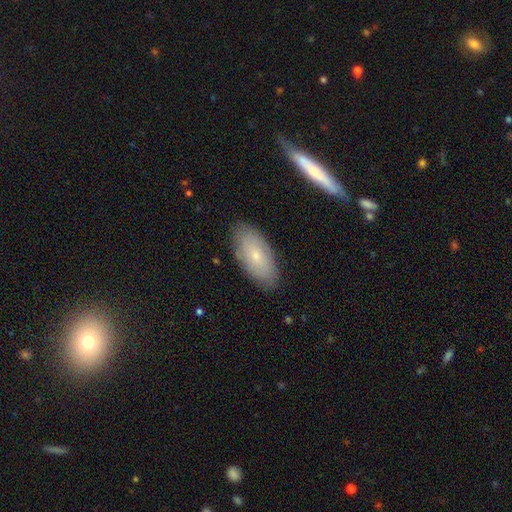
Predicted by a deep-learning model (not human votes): smooth_or_featured: smooth (p=0.64) [alt: featured or disk p=0.29]
how_rounded: in between (p=0.92) [alt: cigar-shaped p=0.06]
merging: none (p=0.83) [alt: minor disturbance p=0.12]